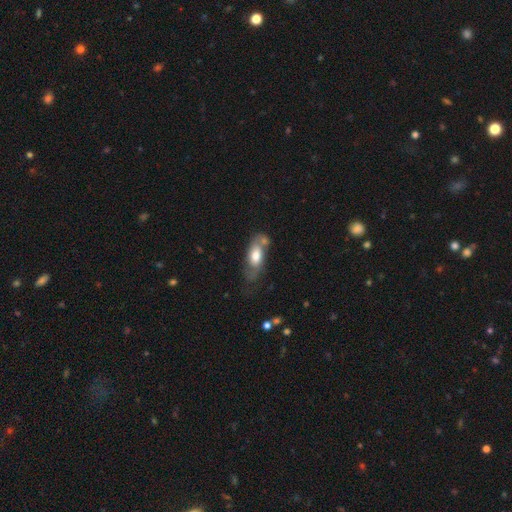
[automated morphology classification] smooth 64%, featured or disk 29%, star or artifact 6%. Down the decision tree: how rounded — in between (83%); merging — none (42%).